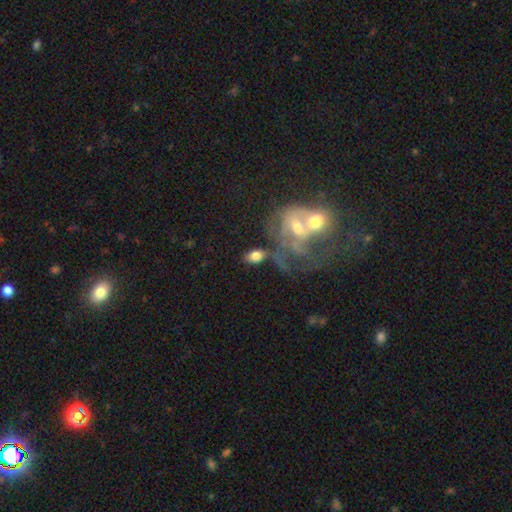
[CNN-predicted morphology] A smooth galaxy with no disk features (67%) that is in between round and cigar-shaped (87%).

Vote fractions:
- Smooth or featured? smooth: 67% / featured or disk: 25% / star or artifact: 8%
- How rounded? in between: 87% / round: 10% / cigar-shaped: 3%
- Merging? none: 49% / merger: 22% / minor disturbance: 16% / major disturbance: 12%